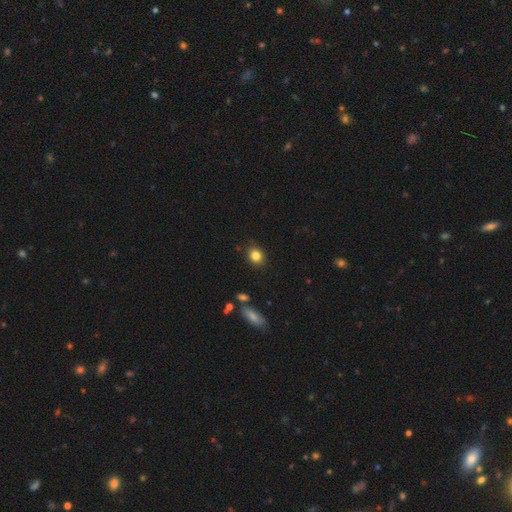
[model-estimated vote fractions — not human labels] Smooth or featured: smooth — 84% (star or artifact — 11%)
How rounded: round — 69% (in between — 30%)
Merging: none — 87% (minor disturbance — 9%)